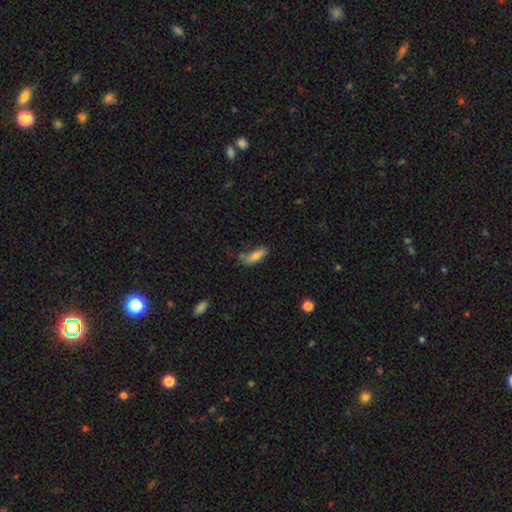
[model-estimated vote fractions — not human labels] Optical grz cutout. It shows a smooth galaxy with no disk features (75%) that is in between round and cigar-shaped (63%). Merging: none (55%).